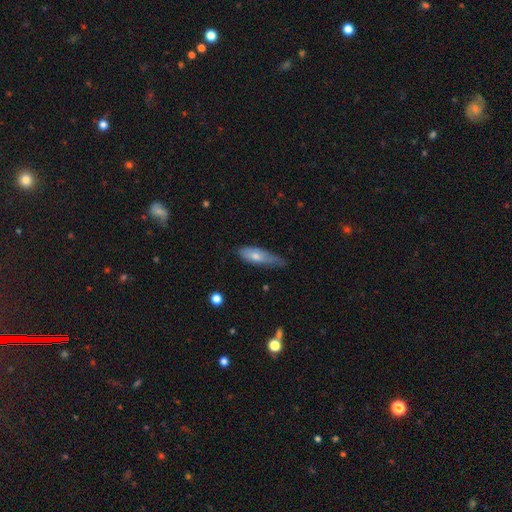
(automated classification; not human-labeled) A smooth galaxy with no disk features (66%) that is in between round and cigar-shaped (54%).

Vote fractions:
- Smooth or featured? smooth: 66% / featured or disk: 28% / star or artifact: 6%
- How rounded? in between: 54% / cigar-shaped: 44% / round: 2%
- Merging? minor disturbance: 44% / none: 41% / major disturbance: 13% / merger: 2%